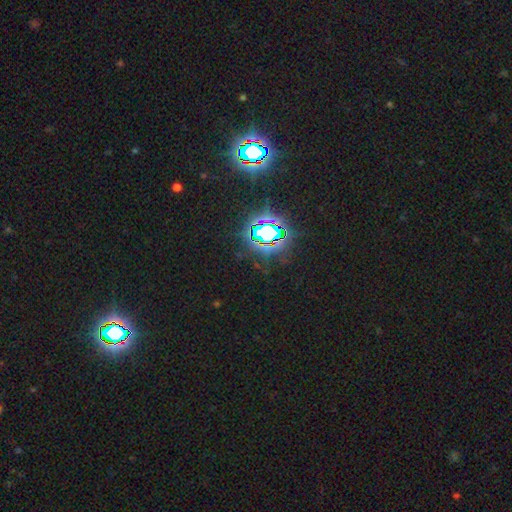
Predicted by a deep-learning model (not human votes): star or artifact 82%, smooth 12%, featured or disk 6%.